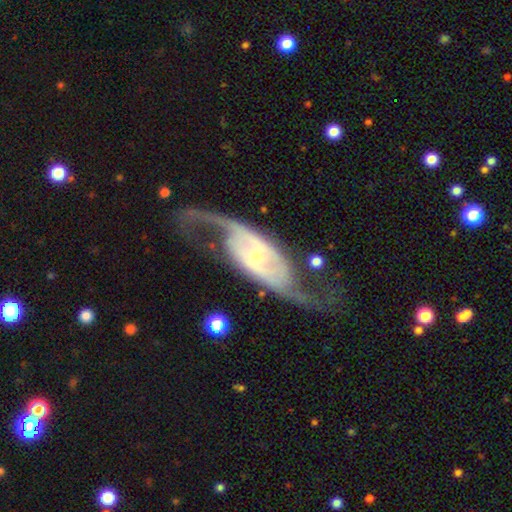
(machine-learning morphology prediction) Smooth or featured? Predicted: featured or disk (p=0.87). Edge-on disk? Predicted: no (p=0.89). Bar? Predicted: no (p=0.40). Spiral arms? Predicted: yes (p=0.91). Spiral winding? Predicted: loose (p=0.53). Spiral arm count? Predicted: 2 (p=0.89). Bulge size? Predicted: small (p=0.57). Merging? Predicted: none (p=0.62).